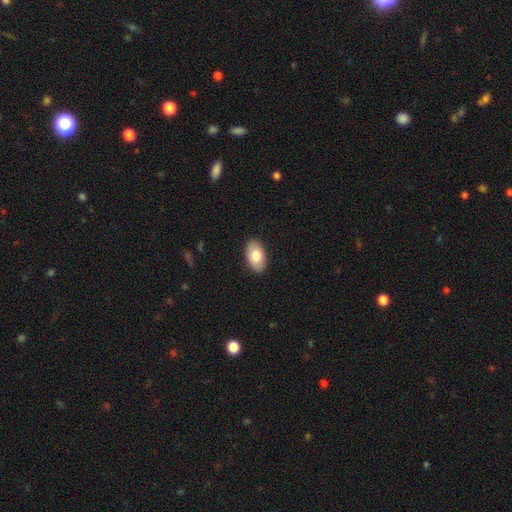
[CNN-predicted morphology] Q: Smooth or featured?
A: smooth (80%); runner-up: featured or disk (14%)
Q: How rounded?
A: in between (93%); runner-up: round (6%)
Q: Merging?
A: none (89%); runner-up: minor disturbance (8%)